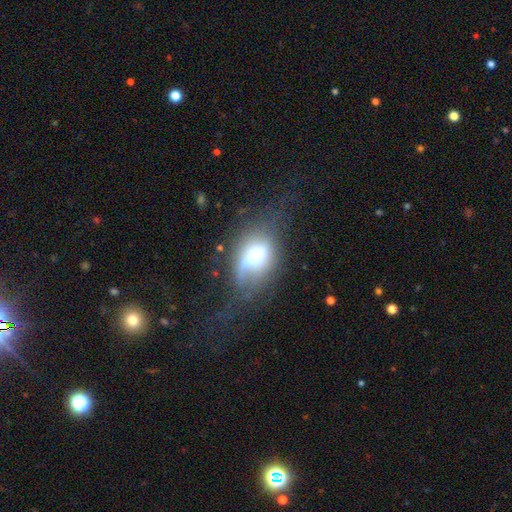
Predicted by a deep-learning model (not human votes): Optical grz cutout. It shows a smooth galaxy with no disk features (46%). Merging: none (42%).